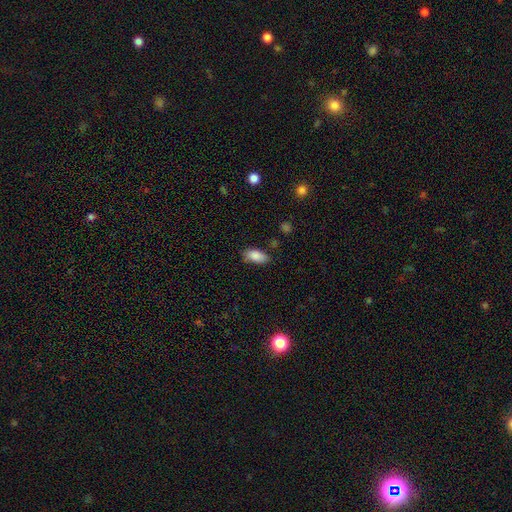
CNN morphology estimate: Overall: smooth (88%). How rounded: in between (92%). Merging: none (78%).